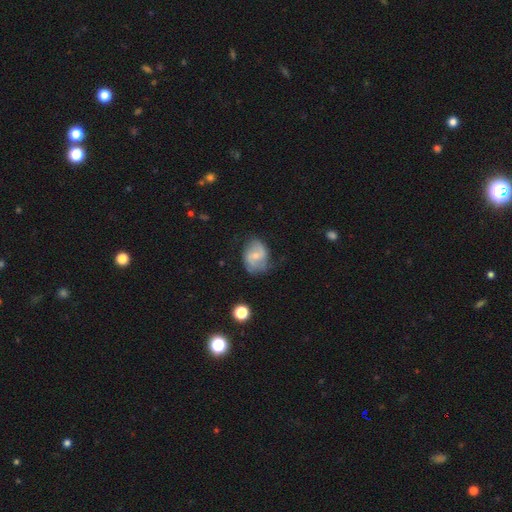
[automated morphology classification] smooth_or_featured: featured or disk (p=0.62) [alt: smooth p=0.31]
disk_edge_on: no (p=0.97) [alt: yes p=0.03]
bar: weak (p=0.50) [alt: no p=0.36]
has_spiral_arms: yes (p=0.84) [alt: no p=0.16]
spiral_winding: medium (p=0.44) [alt: loose p=0.34]
spiral_arm_count: 2 (p=0.80) [alt: can't tell p=0.12]
bulge_size: small (p=0.59) [alt: moderate p=0.35]
merging: none (p=0.62) [alt: minor disturbance p=0.26]